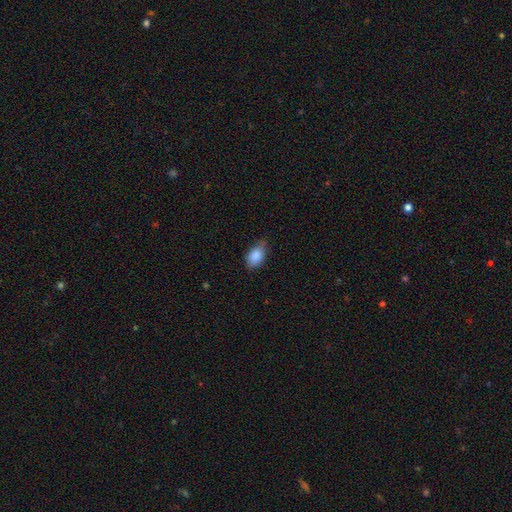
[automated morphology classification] Smooth or featured? Predicted: smooth (p=0.87). How rounded? Predicted: in between (p=0.89). Merging? Predicted: none (p=0.62).